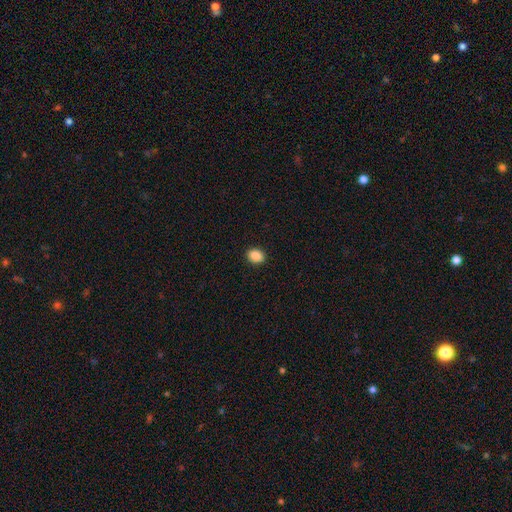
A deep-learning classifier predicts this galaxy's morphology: This is clearly a smooth galaxy (89%). How rounded: likely in between (61%). Merging: clearly none (91%).